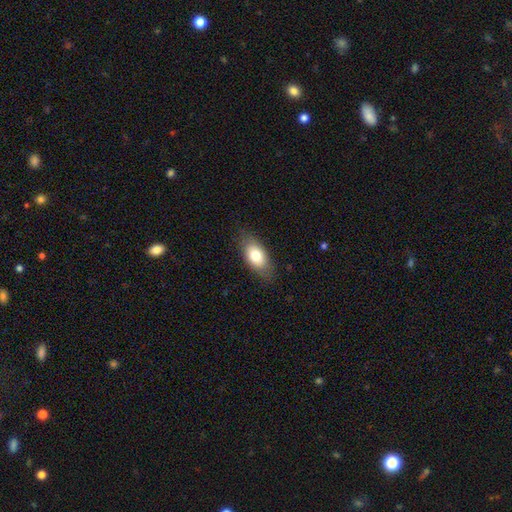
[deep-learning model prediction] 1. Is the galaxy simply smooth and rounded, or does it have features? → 77% smooth, 16% featured or disk, 7% star or artifact.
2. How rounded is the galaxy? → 89% in between, 6% cigar-shaped, 5% round.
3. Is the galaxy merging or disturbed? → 81% none, 14% minor disturbance, 3% major disturbance, 1% merger.